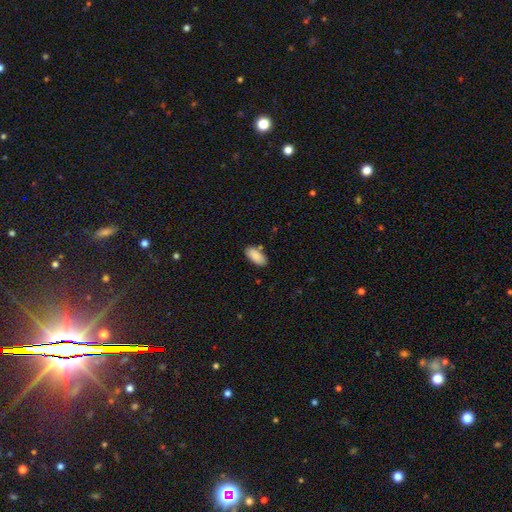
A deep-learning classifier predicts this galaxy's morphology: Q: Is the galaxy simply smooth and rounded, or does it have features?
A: smooth — 88%.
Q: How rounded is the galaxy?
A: in between — 91%.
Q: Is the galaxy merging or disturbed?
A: none — 81%.